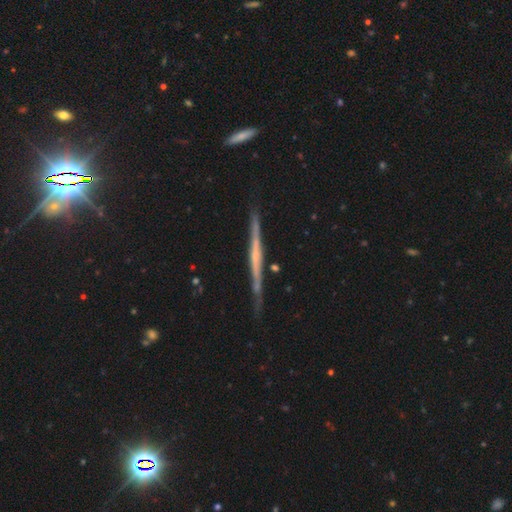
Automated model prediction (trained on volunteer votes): Overall: featured or disk (75%). Edge-on disk: yes (98%). Edge-on bulge: none (60%; rounded 30%). Merging: none (82%).